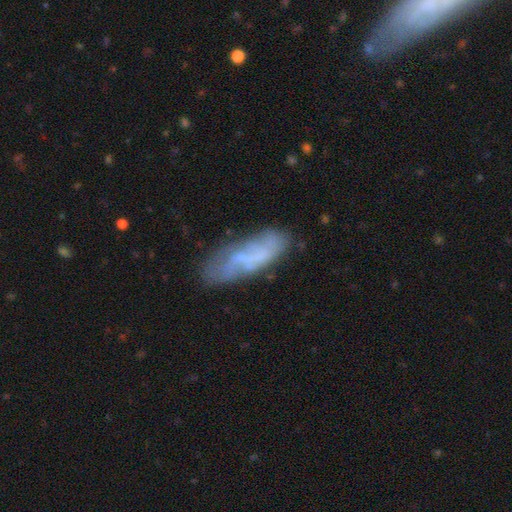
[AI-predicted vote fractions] Smooth or featured? featured or disk (52%)
Edge-on disk? no (80%)
Merging? none (65%)